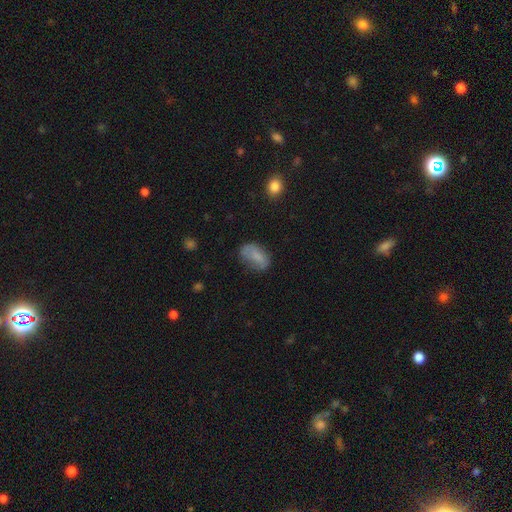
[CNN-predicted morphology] Smooth or featured? Predicted: smooth (p=0.72). How rounded? Predicted: in between (p=0.88). Merging? Predicted: none (p=0.53).